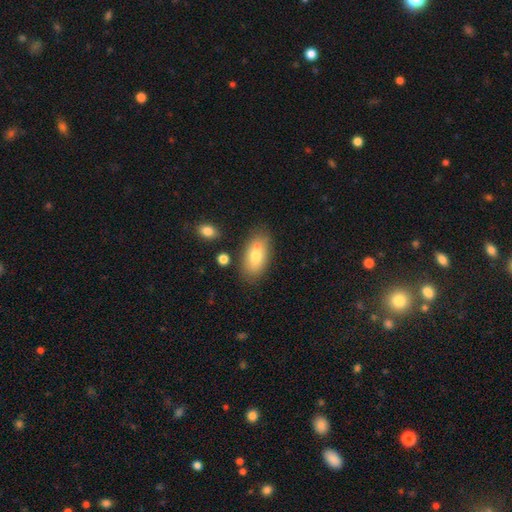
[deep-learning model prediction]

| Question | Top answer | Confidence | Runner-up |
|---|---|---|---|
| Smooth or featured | smooth | 75% | featured or disk (18%) |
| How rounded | in between | 91% | cigar-shaped (5%) |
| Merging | none | 79% | minor disturbance (14%) |